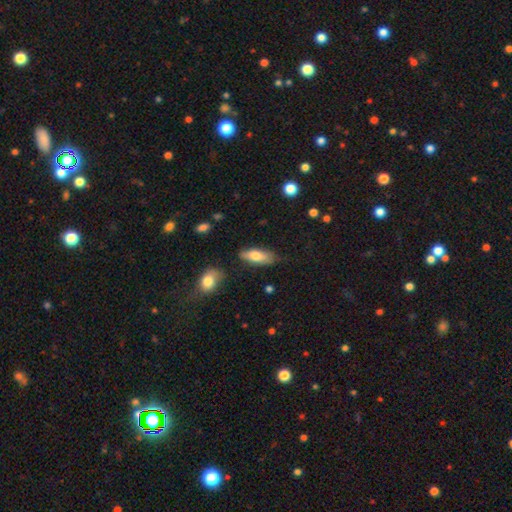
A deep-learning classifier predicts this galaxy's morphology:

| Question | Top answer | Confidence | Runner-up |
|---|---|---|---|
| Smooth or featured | smooth | 71% | featured or disk (23%) |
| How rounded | in between | 69% | cigar-shaped (28%) |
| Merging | none | 71% | minor disturbance (21%) |